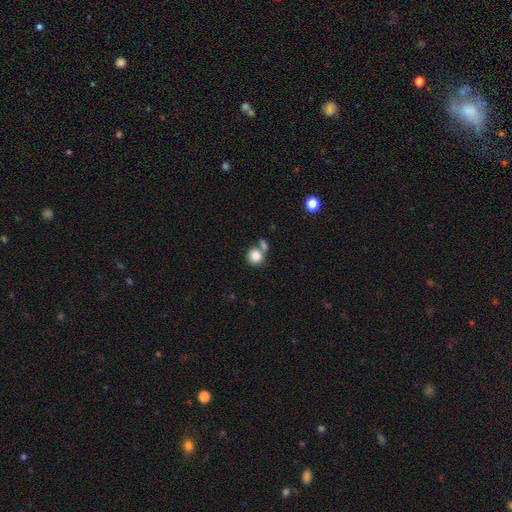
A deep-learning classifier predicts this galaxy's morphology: Overall: smooth (84%). How rounded: round (80%). Merging: none (48%; merger 36%).